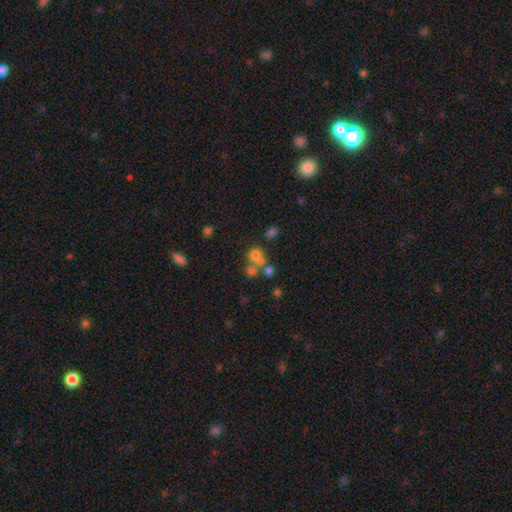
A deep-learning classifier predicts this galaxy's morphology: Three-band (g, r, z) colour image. It shows a smooth galaxy with no disk features (61%) that is round (76%). Merging: merger (47%).